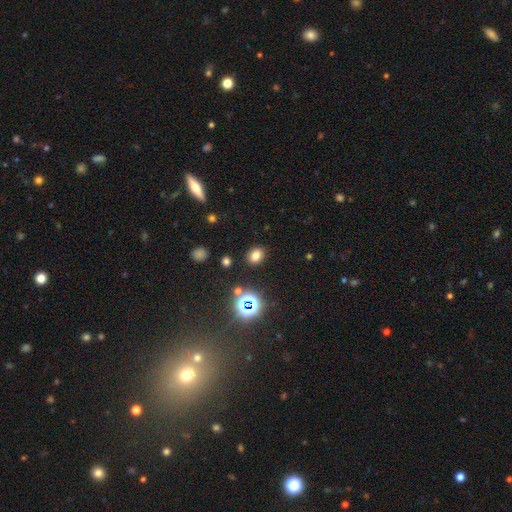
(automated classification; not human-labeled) smooth 73%, star or artifact 20%, featured or disk 7%. Down the decision tree: how rounded — in between (59%); merging — none (86%).